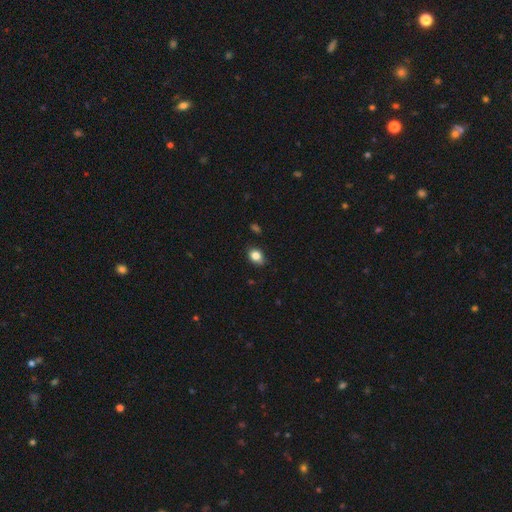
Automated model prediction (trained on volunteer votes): smooth_or_featured: smooth (p=0.83) [alt: star or artifact p=0.10]
how_rounded: in between (p=0.58) [alt: round p=0.40]
merging: none (p=0.78) [alt: minor disturbance p=0.18]